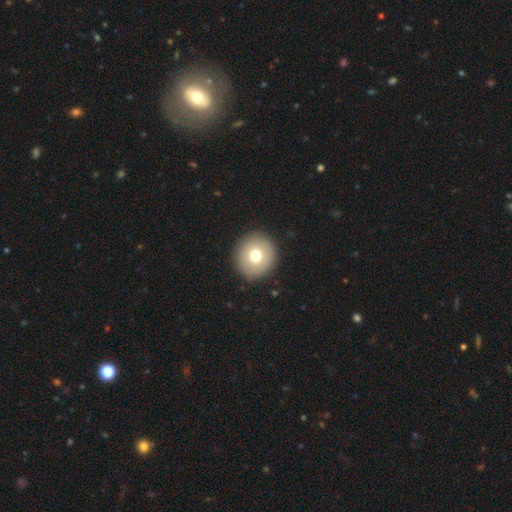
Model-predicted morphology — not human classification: Q: Smooth or featured?
A: smooth (72%); runner-up: featured or disk (19%)
Q: How rounded?
A: round (90%); runner-up: in between (9%)
Q: Merging?
A: none (91%); runner-up: minor disturbance (6%)